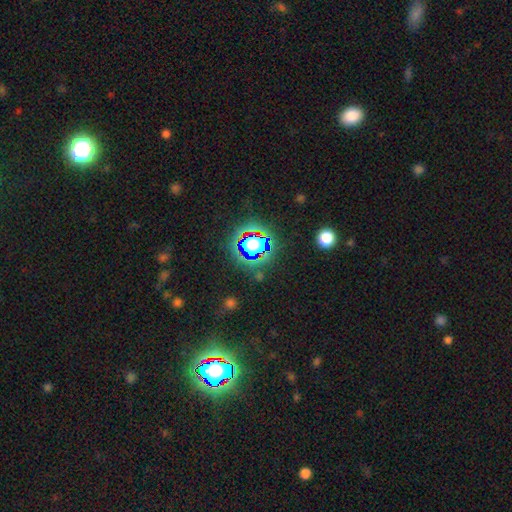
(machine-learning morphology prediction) smooth-or-featured: star or artifact: 77% | smooth: 15% | featured or disk: 8%